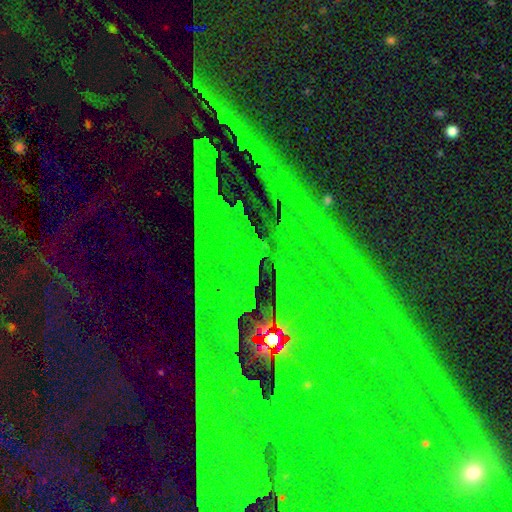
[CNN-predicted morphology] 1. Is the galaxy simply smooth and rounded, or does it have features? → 84% star or artifact, 9% featured or disk, 7% smooth.